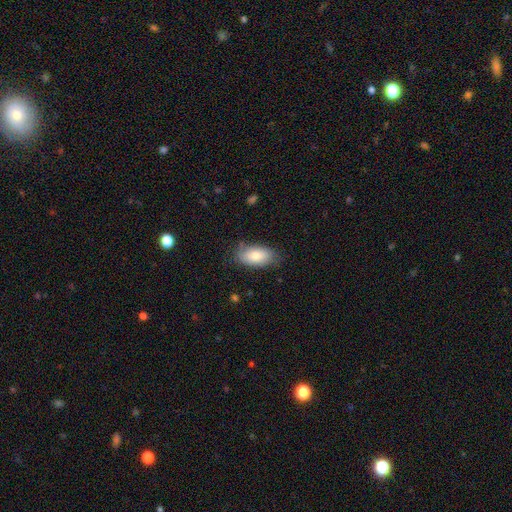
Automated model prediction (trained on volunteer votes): Morphology: type=smooth (79%); roundness=in between (93%); merging=none (76%).